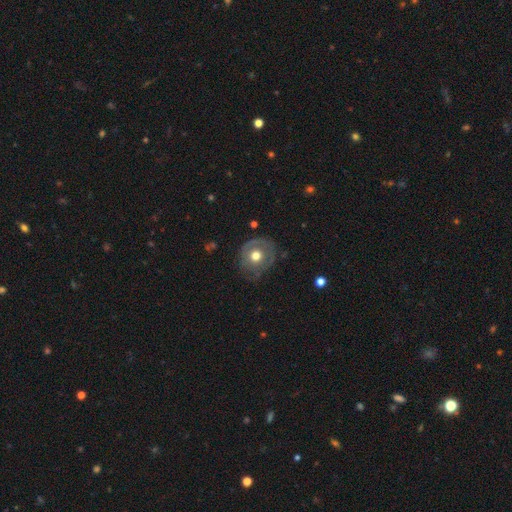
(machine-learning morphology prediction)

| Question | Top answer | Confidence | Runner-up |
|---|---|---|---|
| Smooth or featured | smooth | 48% | featured or disk (44%) |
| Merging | none | 70% | minor disturbance (19%) |